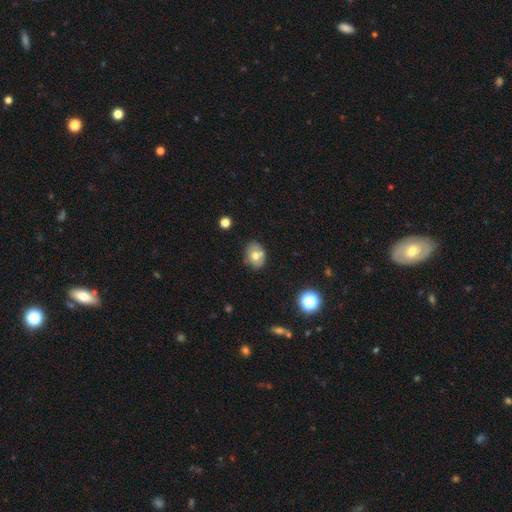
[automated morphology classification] Smooth or featured?
  - smooth: 68% *
  - featured or disk: 21%
  - star or artifact: 11%
How rounded?
  - in between: 58% *
  - round: 41%
  - cigar-shaped: 1%
Merging?
  - none: 68% *
  - minor disturbance: 21%
  - merger: 8%
  - major disturbance: 4%